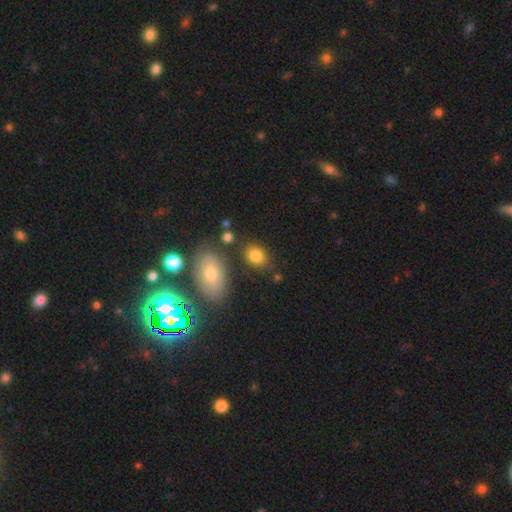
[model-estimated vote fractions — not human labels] Overall: smooth (83%). How rounded: in between (63%; round 36%). Merging: none (74%).